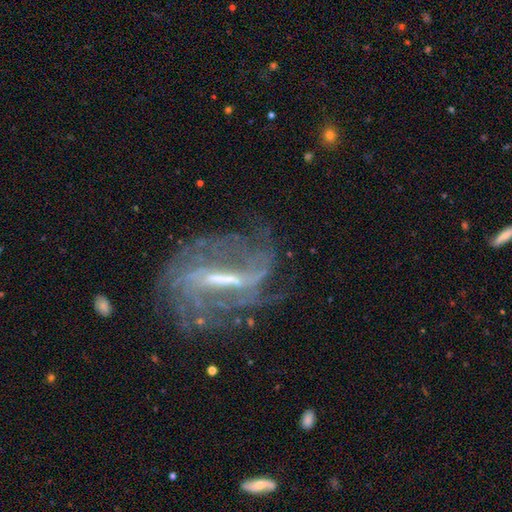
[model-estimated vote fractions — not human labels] The model was most divided on "spiral winding" (2-way tie): tight: 38%, medium: 38%, loose: 24%. Remaining: edge-on disk — no (89%); spiral arms — yes (89%); smooth or featured — featured or disk (85%); bar — strong (68%); merging — none (62%); bulge size — small (40%); spiral arm count — can't tell (37%).